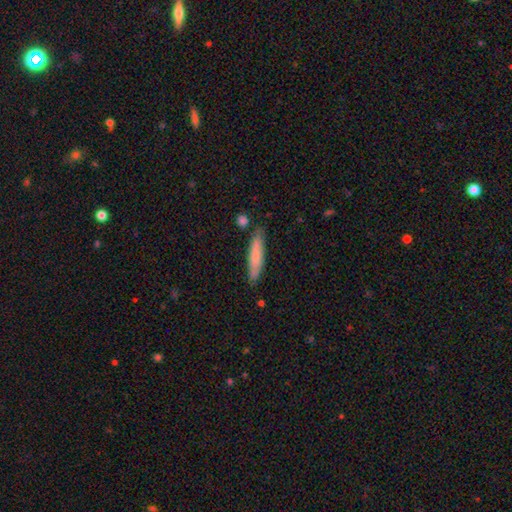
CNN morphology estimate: Smooth or featured? Predicted: smooth (p=0.74). How rounded? Predicted: cigar-shaped (p=0.87). Merging? Predicted: none (p=0.79).